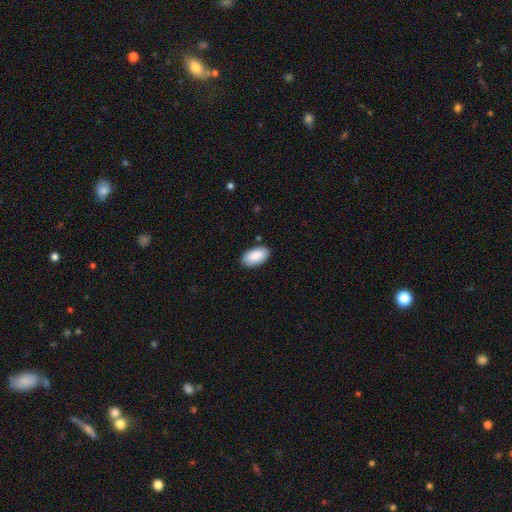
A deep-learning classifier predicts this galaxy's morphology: smooth-or-featured: smooth: 90% | star or artifact: 6% | featured or disk: 4%
  how-rounded: in between: 96% | round: 3% | cigar-shaped: 1%
  merging: none: 87% | minor disturbance: 9% | major disturbance: 2% | merger: 1%